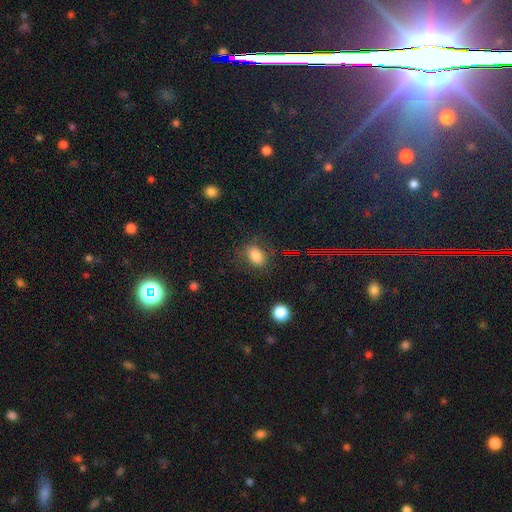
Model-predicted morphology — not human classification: Smooth or featured: smooth — 75% (star or artifact — 16%)
How rounded: in between — 70% (round — 28%)
Merging: none — 75% (minor disturbance — 16%)